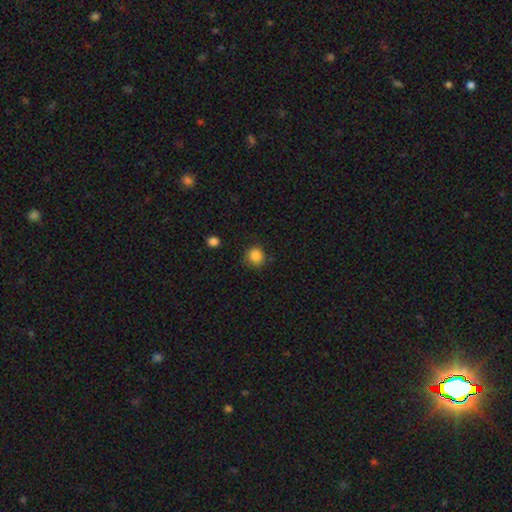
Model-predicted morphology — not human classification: Smooth or featured: smooth — 86% (star or artifact — 11%)
How rounded: round — 90% (in between — 9%)
Merging: none — 81% (minor disturbance — 14%)